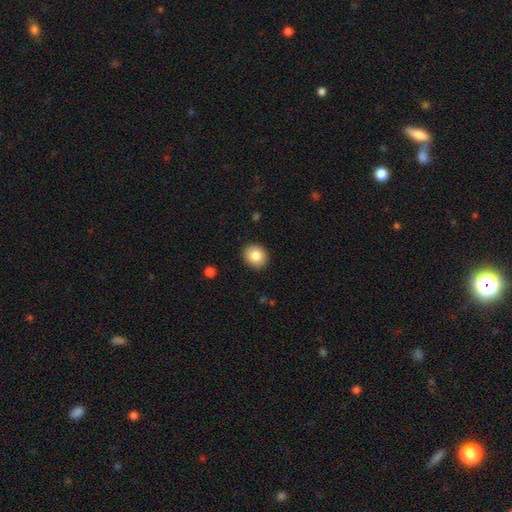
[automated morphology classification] This appears to be a smooth galaxy with no disk features (83%) that is round (77%). Merging: none (91%).